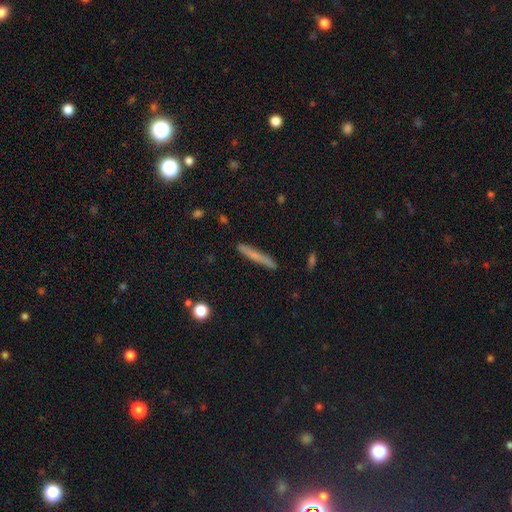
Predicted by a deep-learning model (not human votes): Smooth or featured? Predicted: smooth (p=0.62). How rounded? Predicted: cigar-shaped (p=0.94). Merging? Predicted: none (p=0.87).